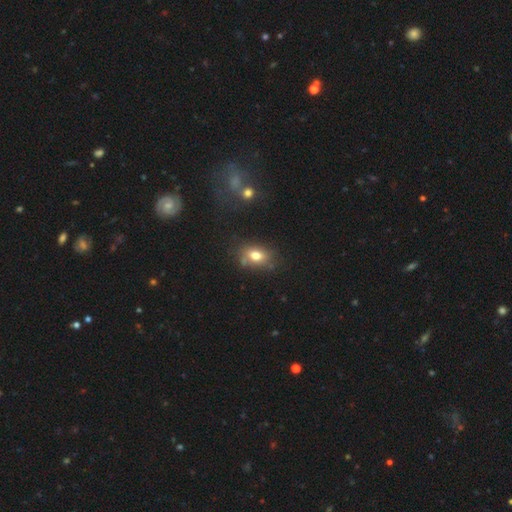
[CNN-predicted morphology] This appears to be a smooth galaxy with no disk features (74%) that is in between round and cigar-shaped (76%). Merging: none (69%).